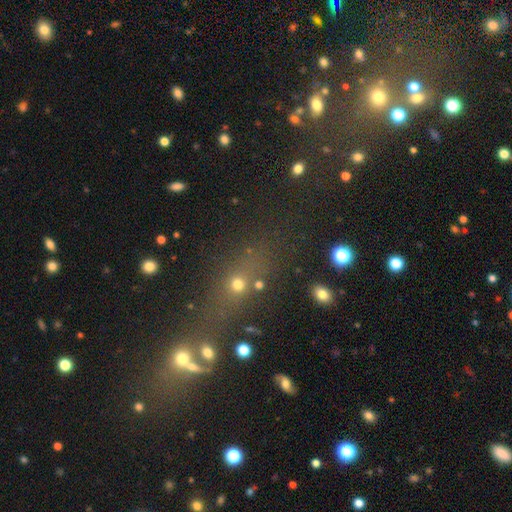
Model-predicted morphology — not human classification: This is marginally a star or artifact rather than a galaxy (42%).